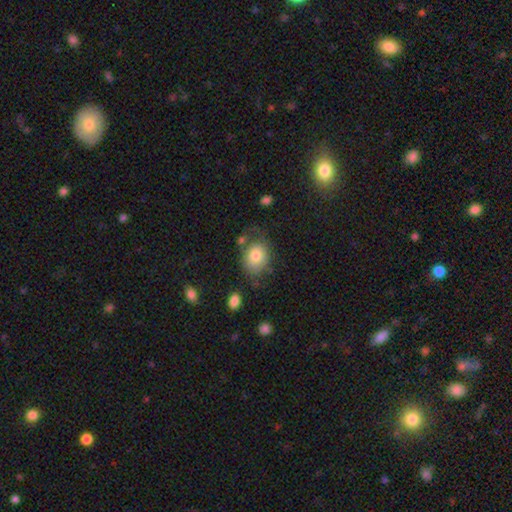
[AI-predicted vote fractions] A smooth galaxy with no disk features (78%) that is in between round and cigar-shaped (54%). Merging: none (59%).